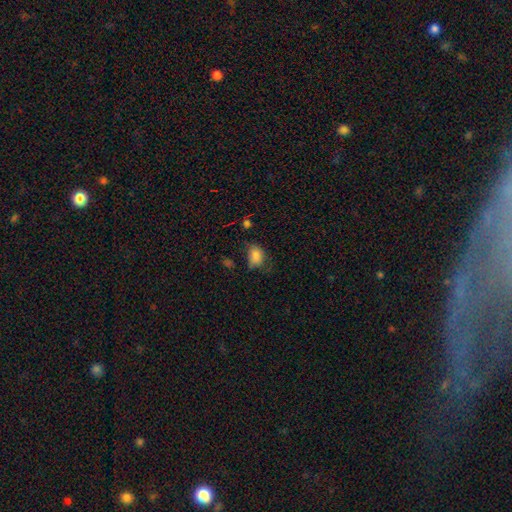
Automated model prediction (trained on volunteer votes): Overall: smooth (83%). How rounded: in between (77%). Merging: none (50%; minor disturbance 31%).